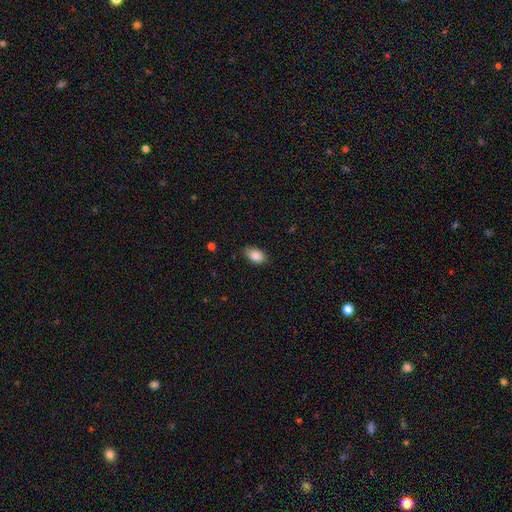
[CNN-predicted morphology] This is clearly a smooth galaxy (87%). How rounded: clearly in between (91%). Merging: clearly none (83%).